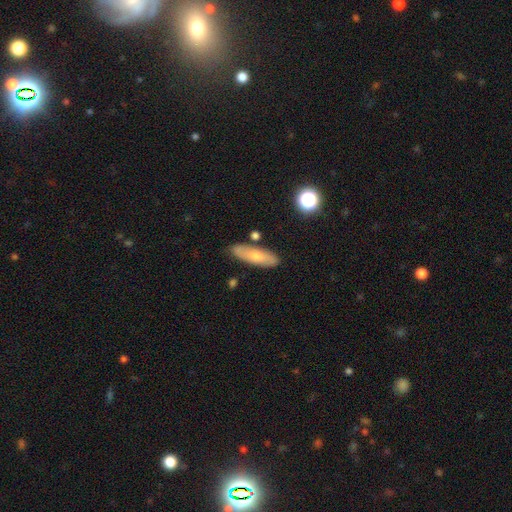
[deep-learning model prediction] Smooth or featured? Predicted: smooth (p=0.66). How rounded? Predicted: cigar-shaped (p=0.50). Merging? Predicted: none (p=0.82).